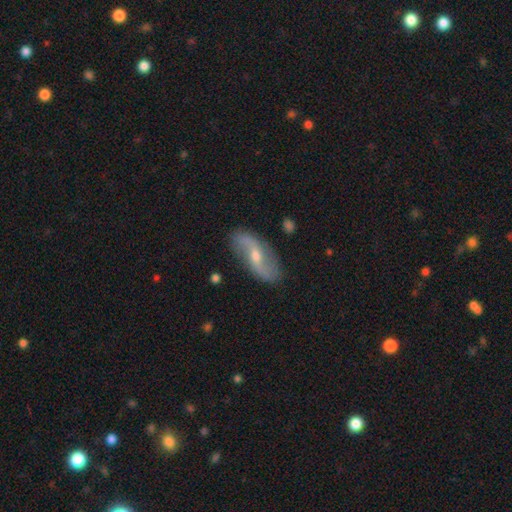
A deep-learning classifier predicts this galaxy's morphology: Smooth or featured? Predicted: featured or disk (p=0.80). Edge-on disk? Predicted: no (p=0.92). Bar? Predicted: weak (p=0.44). Spiral arms? Predicted: yes (p=0.92). Spiral winding? Predicted: loose (p=0.76). Spiral arm count? Predicted: 2 (p=0.92). Bulge size? Predicted: moderate (p=0.48). Merging? Predicted: none (p=0.84).